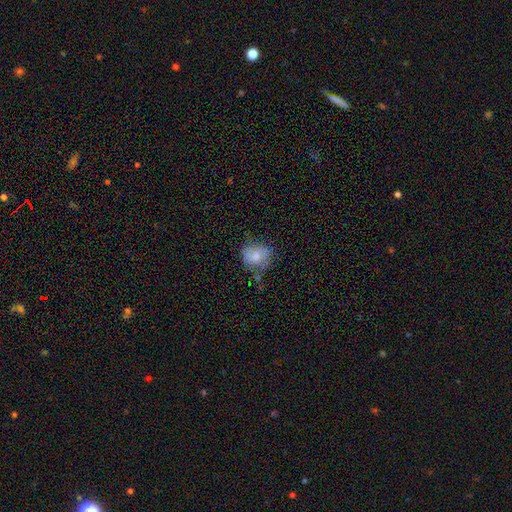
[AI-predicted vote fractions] Q: Smooth or featured?
A: smooth (63%); runner-up: featured or disk (28%)
Q: How rounded?
A: round (65%); runner-up: in between (34%)
Q: Merging?
A: none (53%); runner-up: minor disturbance (31%)